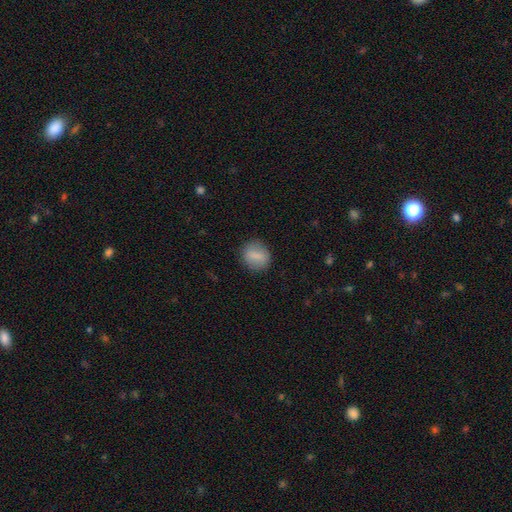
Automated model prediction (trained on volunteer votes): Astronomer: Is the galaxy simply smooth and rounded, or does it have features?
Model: smooth — 79%.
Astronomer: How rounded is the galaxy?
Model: round — 69%.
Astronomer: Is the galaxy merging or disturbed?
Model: none — 84%.